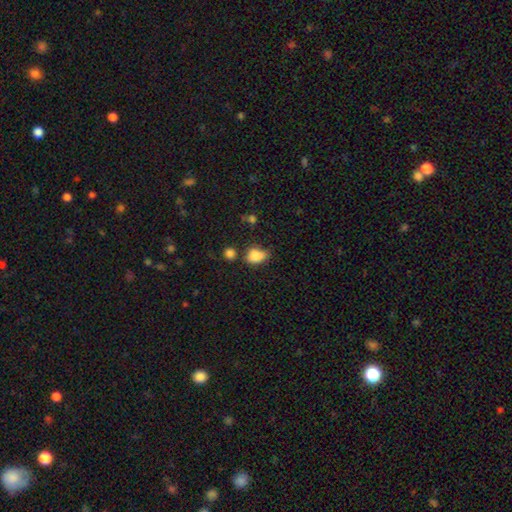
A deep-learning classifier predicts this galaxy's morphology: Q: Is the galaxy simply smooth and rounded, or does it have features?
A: smooth — 84%.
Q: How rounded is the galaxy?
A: in between — 78%.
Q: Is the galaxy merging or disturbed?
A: none — 44%.